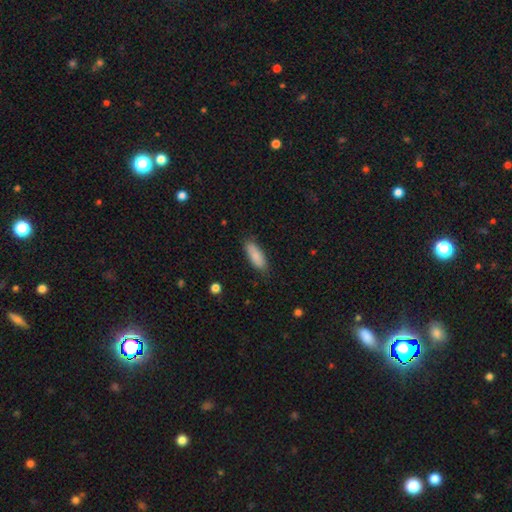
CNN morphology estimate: Overall: smooth (86%). How rounded: in between (65%; cigar-shaped 33%). Merging: none (81%).